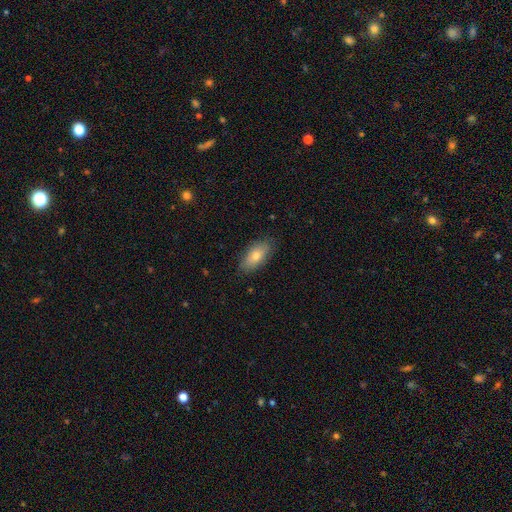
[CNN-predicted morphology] Smooth or featured? Predicted: smooth (p=0.73). How rounded? Predicted: in between (p=0.86). Merging? Predicted: none (p=0.84).